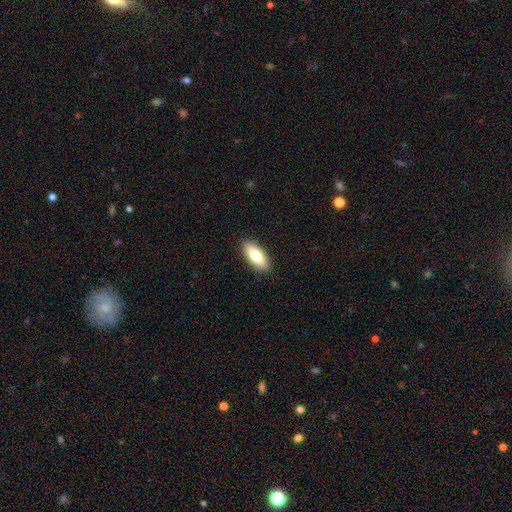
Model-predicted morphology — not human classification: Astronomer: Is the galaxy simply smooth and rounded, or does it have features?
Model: smooth — 74%.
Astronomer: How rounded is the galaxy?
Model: in between — 77%.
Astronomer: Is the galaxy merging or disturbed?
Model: none — 89%.